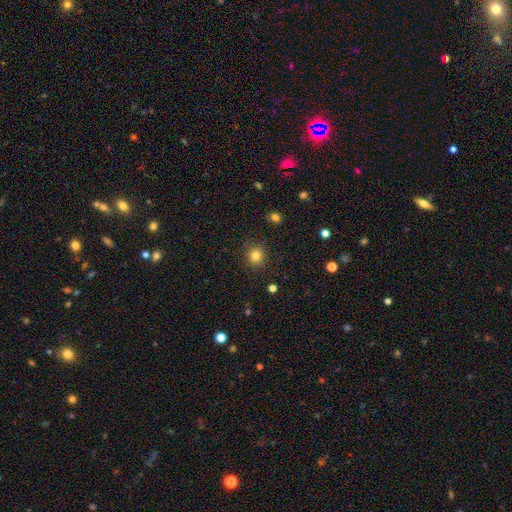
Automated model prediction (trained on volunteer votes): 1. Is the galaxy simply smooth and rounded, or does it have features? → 82% smooth, 12% star or artifact, 5% featured or disk.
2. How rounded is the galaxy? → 86% round, 13% in between, 1% cigar-shaped.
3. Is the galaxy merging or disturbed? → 87% none, 9% minor disturbance, 3% major disturbance, 1% merger.